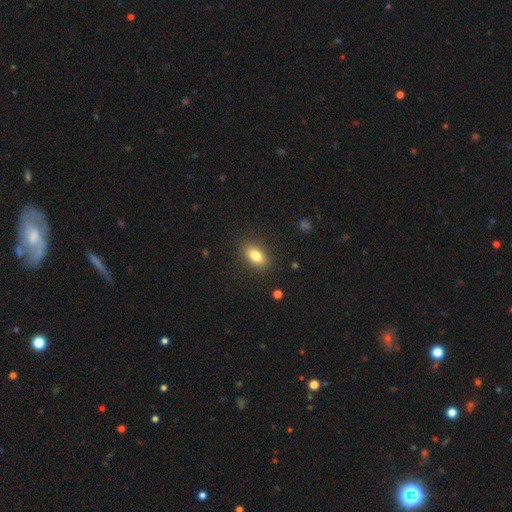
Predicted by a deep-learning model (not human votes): smooth 81%, featured or disk 10%, star or artifact 8%. Down the decision tree: how rounded — in between (87%); merging — none (87%).